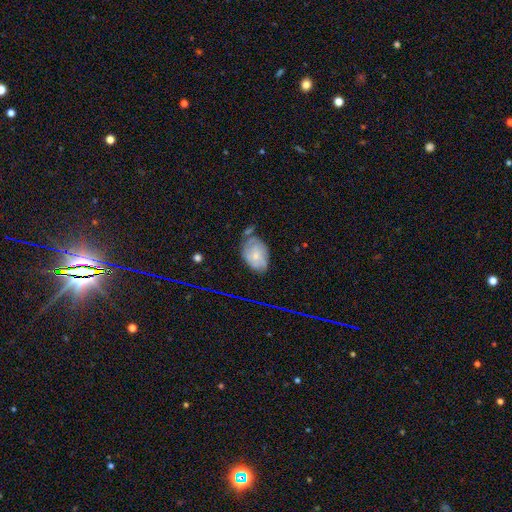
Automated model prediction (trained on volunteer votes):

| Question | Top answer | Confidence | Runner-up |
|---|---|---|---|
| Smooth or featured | smooth | 47% | featured or disk (42%) |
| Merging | none | 51% | minor disturbance (31%) |